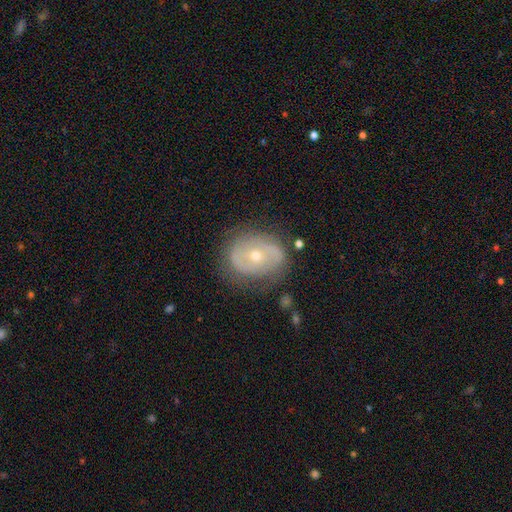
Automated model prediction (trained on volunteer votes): Smooth or featured? featured or disk (69%)
Edge-on disk? no (96%)
Bar? no (68%)
Spiral arms? yes (68%)
Bulge size? small (58%)
Merging? none (73%)